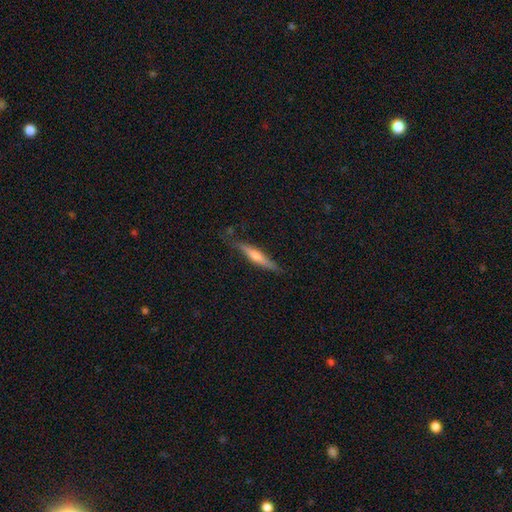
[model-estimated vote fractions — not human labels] smooth_or_featured: featured or disk (p=0.52) [alt: smooth p=0.41]
disk_edge_on: yes (p=0.95) [alt: no p=0.05]
merging: none (p=0.78) [alt: minor disturbance p=0.16]